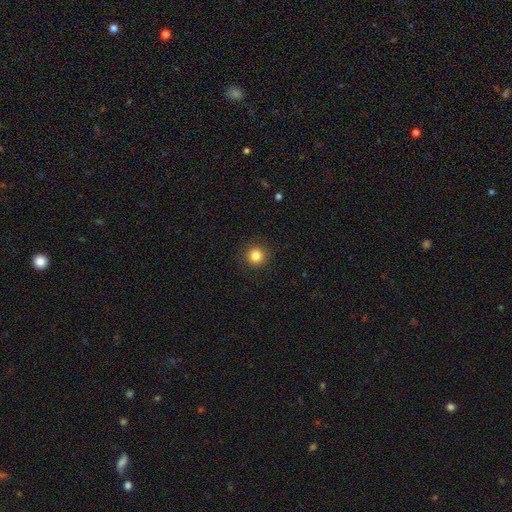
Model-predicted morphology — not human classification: A smooth galaxy with no disk features (83%) that is round (95%). Merging: none (92%).